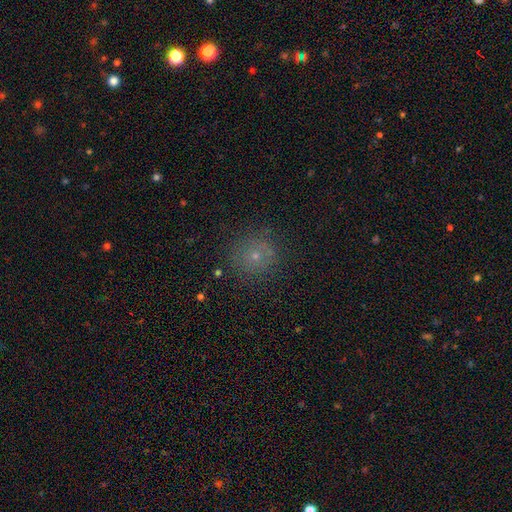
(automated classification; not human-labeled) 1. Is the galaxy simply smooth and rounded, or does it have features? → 62% smooth, 24% star or artifact, 15% featured or disk.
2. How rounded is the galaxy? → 92% round, 7% in between, 1% cigar-shaped.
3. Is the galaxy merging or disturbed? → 83% none, 11% minor disturbance, 4% major disturbance, 2% merger.